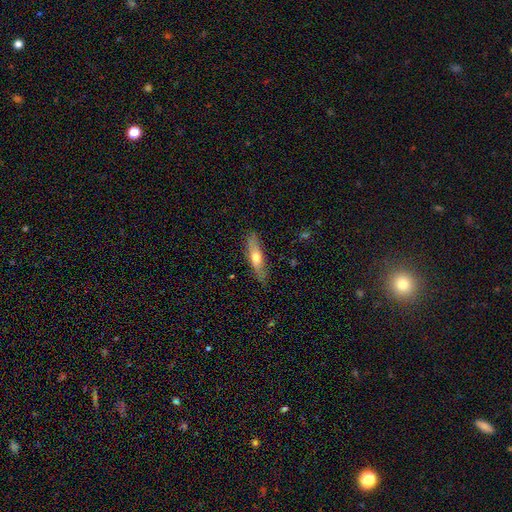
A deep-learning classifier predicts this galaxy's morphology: A smooth galaxy with no disk features (52%) that is cigar-shaped (69%). Merging: none (83%).